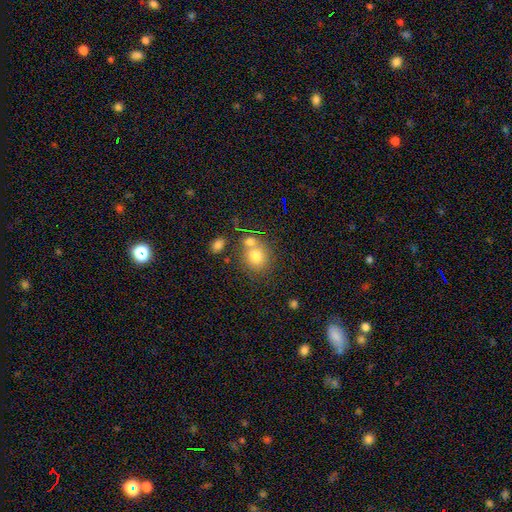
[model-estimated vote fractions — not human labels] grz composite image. It shows a smooth galaxy with no disk features (77%) that is round (75%). Merging: none (51%).